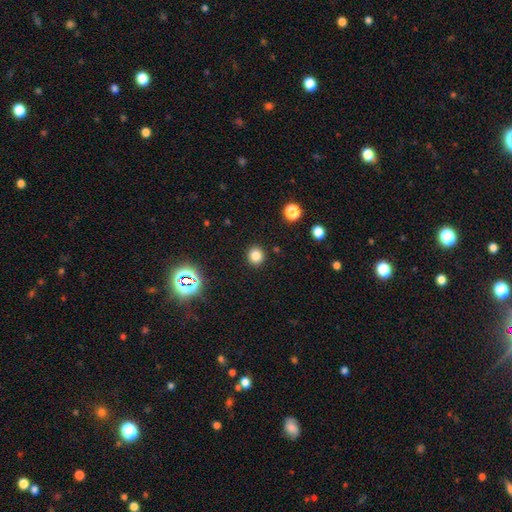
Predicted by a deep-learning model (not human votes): Smooth or featured?
  - smooth: 81% *
  - star or artifact: 15%
  - featured or disk: 5%
How rounded?
  - round: 91% *
  - in between: 8%
  - cigar-shaped: 1%
Merging?
  - none: 91% *
  - minor disturbance: 5%
  - major disturbance: 2%
  - merger: 1%